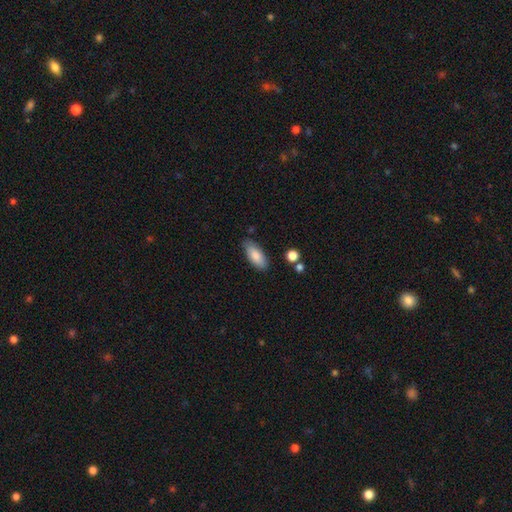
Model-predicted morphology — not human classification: This appears to be a smooth galaxy with no disk features (84%) that is in between round and cigar-shaped (83%). Merging: none (80%).